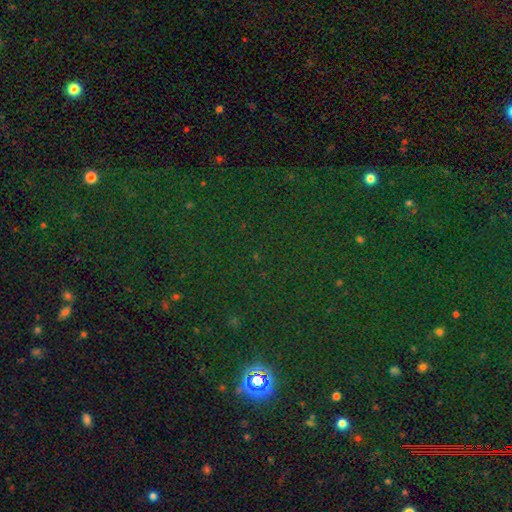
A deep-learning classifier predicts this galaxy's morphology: type=star or artifact (77%).